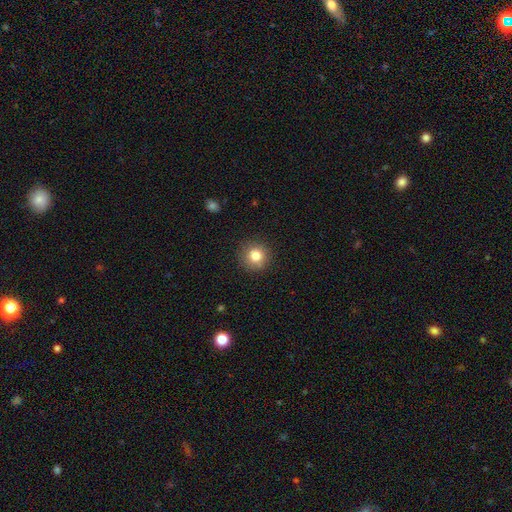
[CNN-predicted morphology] Smooth or featured? Predicted: smooth (p=0.81). How rounded? Predicted: round (p=0.94). Merging? Predicted: none (p=0.88).